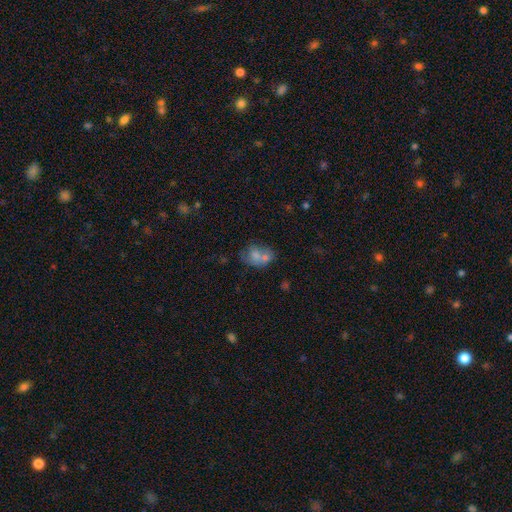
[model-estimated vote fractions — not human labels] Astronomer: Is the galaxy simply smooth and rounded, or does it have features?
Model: smooth — 65%.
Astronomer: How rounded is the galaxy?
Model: in between — 62%.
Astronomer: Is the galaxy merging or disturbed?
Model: merger — 50% (runner-up: none, 30%).